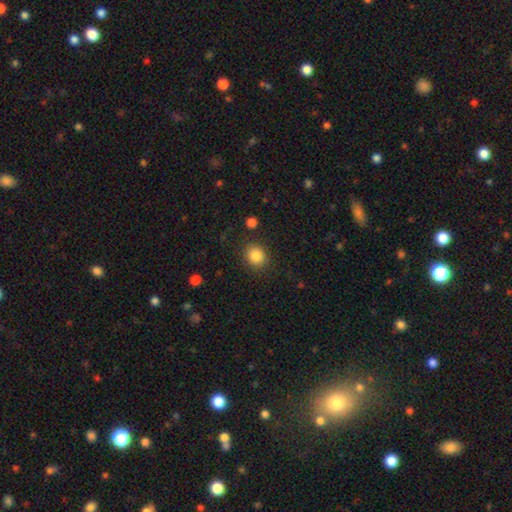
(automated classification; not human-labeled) A smooth galaxy with no disk features (86%) that is round (74%). Merging: none (86%).